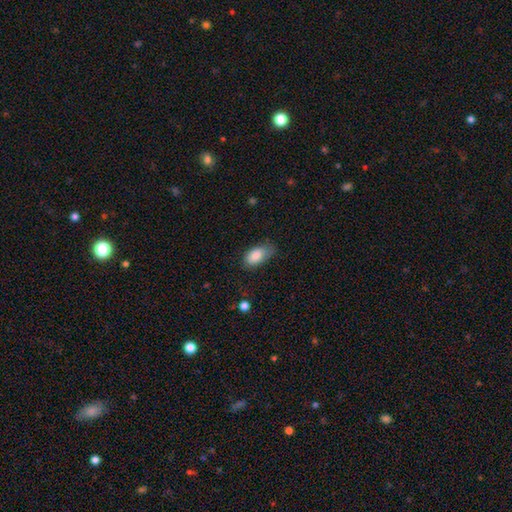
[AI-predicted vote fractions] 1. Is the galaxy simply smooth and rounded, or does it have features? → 86% smooth, 7% featured or disk, 7% star or artifact.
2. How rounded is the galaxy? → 92% in between, 4% cigar-shaped, 4% round.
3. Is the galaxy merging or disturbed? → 60% none, 30% minor disturbance, 8% major disturbance, 2% merger.